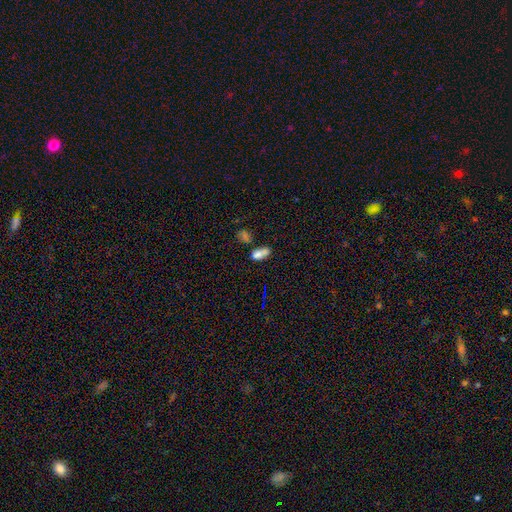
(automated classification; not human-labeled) Overall: smooth (70%). How rounded: in between (78%). Merging: merger (44%; none 31%).